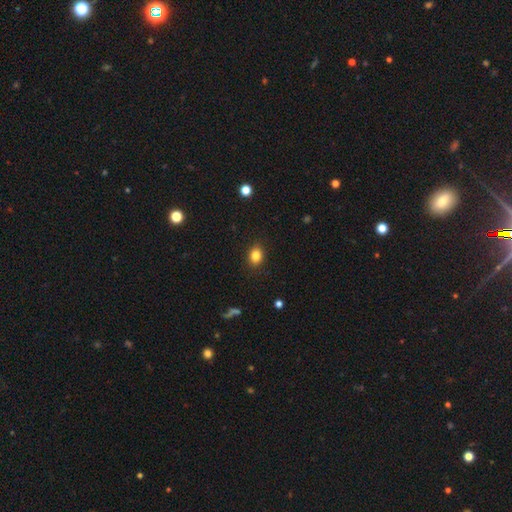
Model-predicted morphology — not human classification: The model was most divided on "how rounded": in between: 56%, round: 42%, cigar-shaped: 1%. More confident: merging — none (89%); smooth or featured — smooth (84%).